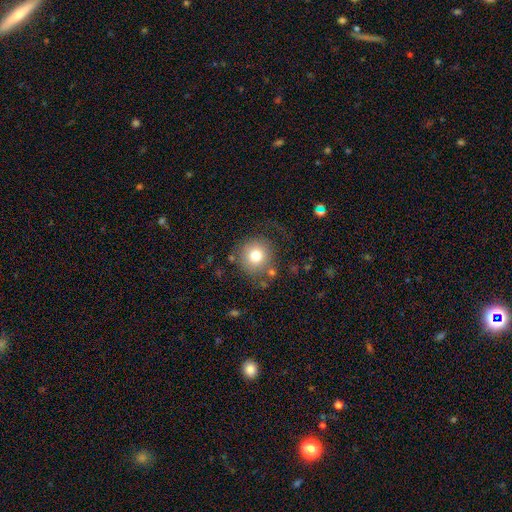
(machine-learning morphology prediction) Q: Smooth or featured?
A: smooth (75%); runner-up: featured or disk (14%)
Q: How rounded?
A: round (91%); runner-up: in between (8%)
Q: Merging?
A: none (71%); runner-up: minor disturbance (15%)